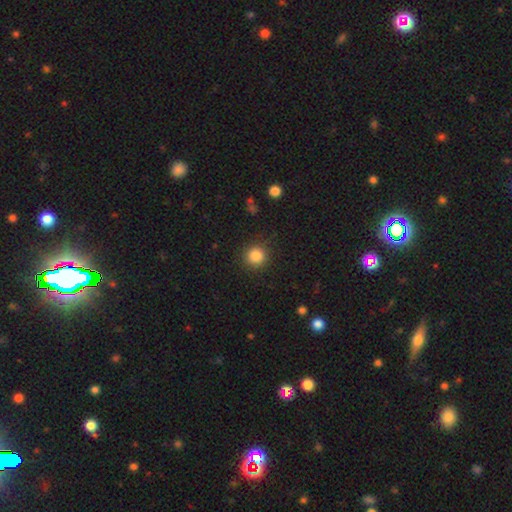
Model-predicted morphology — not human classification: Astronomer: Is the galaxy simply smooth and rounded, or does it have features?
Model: smooth — 85%.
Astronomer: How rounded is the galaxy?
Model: round — 93%.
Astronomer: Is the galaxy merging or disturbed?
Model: none — 89%.